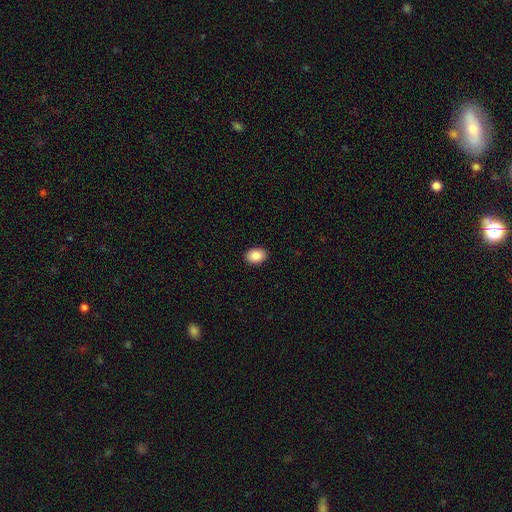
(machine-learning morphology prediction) Smooth or featured?
  - smooth: 87% *
  - star or artifact: 8%
  - featured or disk: 5%
How rounded?
  - in between: 74% *
  - round: 25%
  - cigar-shaped: 1%
Merging?
  - none: 91% *
  - minor disturbance: 6%
  - major disturbance: 2%
  - merger: 1%